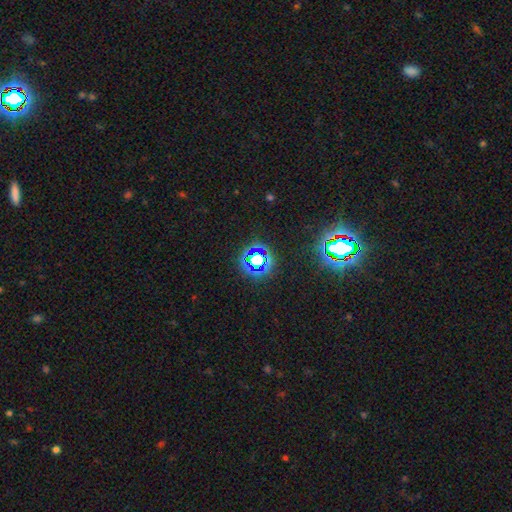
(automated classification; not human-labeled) The model was most divided on "smooth or featured": star or artifact: 72%, smooth: 19%, featured or disk: 9%.